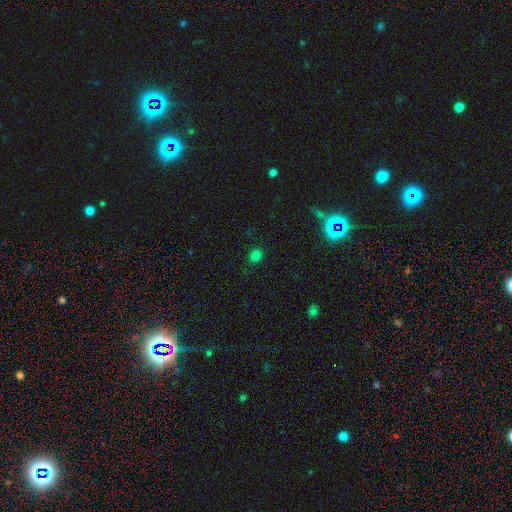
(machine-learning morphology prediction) Overall: smooth (77%). How rounded: round (80%). Merging: none (87%).